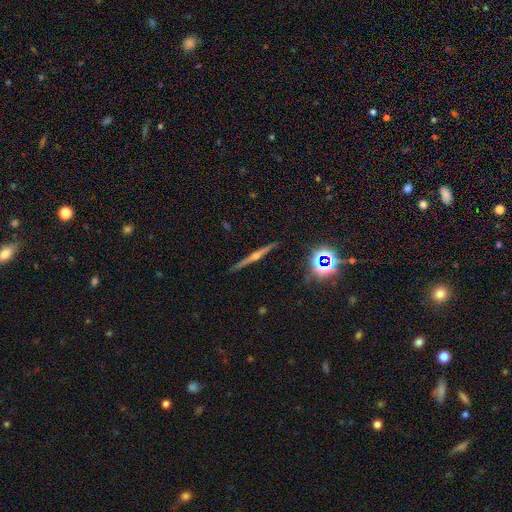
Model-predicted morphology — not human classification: This appears to be a featured or disk galaxy (74%) viewed edge-on (98%) with a rounded central bulge (89%). Merging: none (91%).